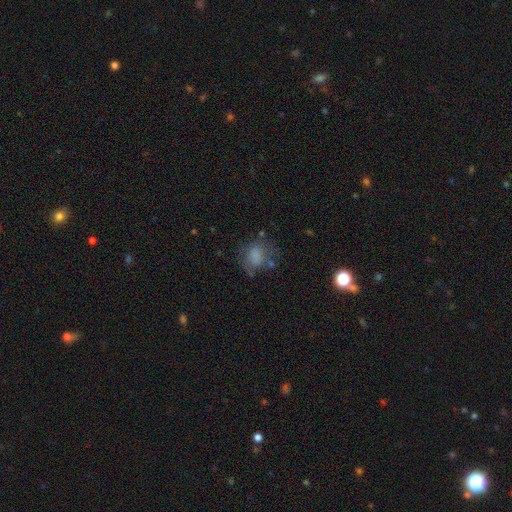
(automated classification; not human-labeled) smooth_or_featured: smooth (p=0.71) [alt: featured or disk p=0.18]
how_rounded: in between (p=0.54) [alt: round p=0.45]
merging: none (p=0.49) [alt: minor disturbance p=0.25]